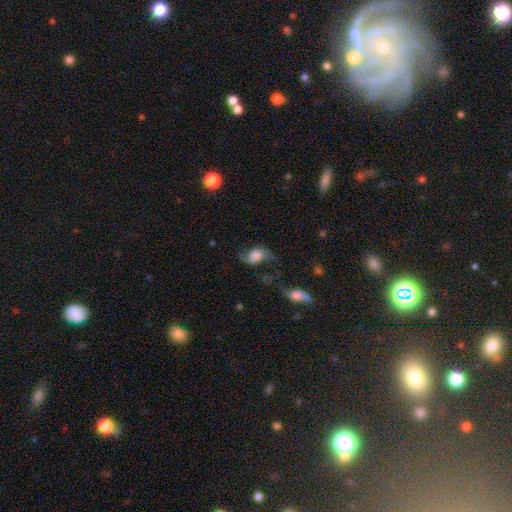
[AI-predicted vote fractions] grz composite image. It shows a featured or disk galaxy (56%) with no bar (63%), spiral arms (90%) and a large central bulge (35%). Merging: none (45%).